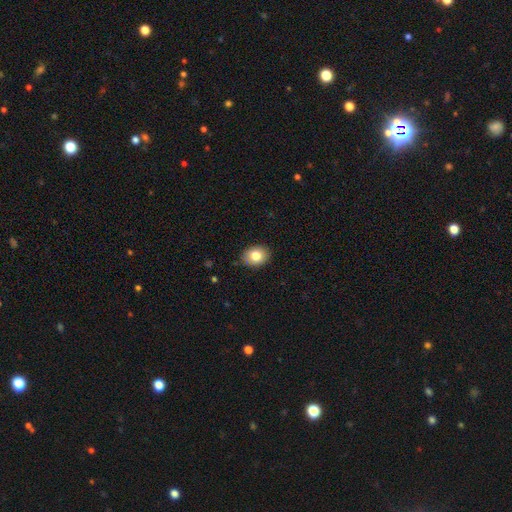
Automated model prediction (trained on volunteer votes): Overall: smooth (80%). How rounded: in between (56%; round 43%). Merging: none (88%).